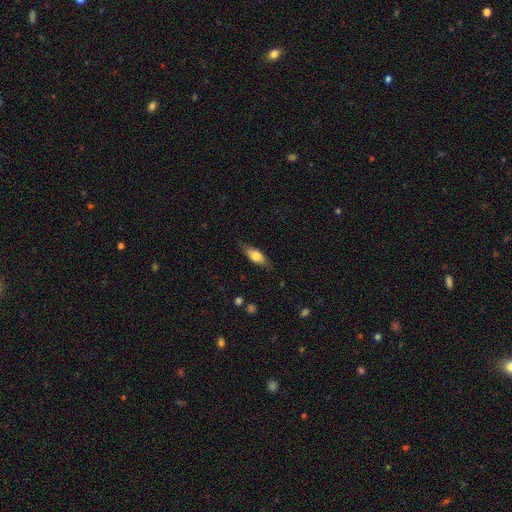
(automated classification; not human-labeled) smooth 65%, featured or disk 28%, star or artifact 7%. Down the decision tree: how rounded — in between (68%); merging — none (78%).